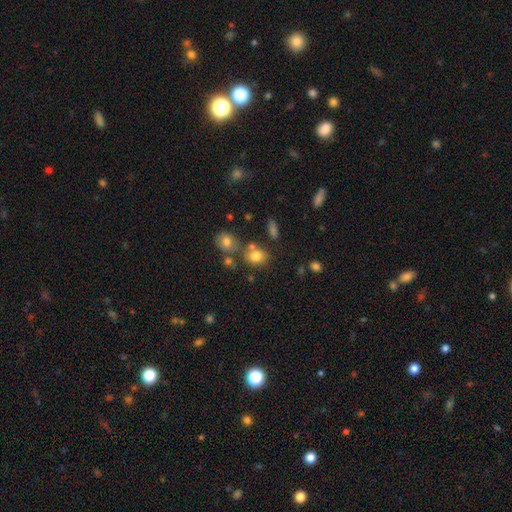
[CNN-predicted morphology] Smooth or featured? smooth (78%)
How rounded? in between (50%)
Merging? none (58%)